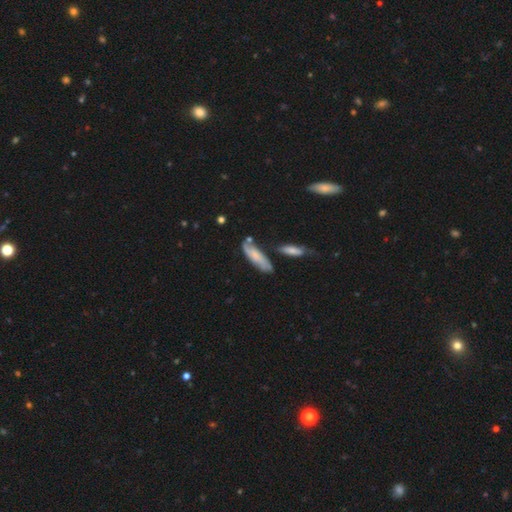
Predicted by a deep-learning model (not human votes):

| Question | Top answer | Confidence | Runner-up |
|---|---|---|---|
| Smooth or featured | smooth | 50% | featured or disk (42%) |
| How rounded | in between | 49% | cigar-shaped (48%) |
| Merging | none | 59% | minor disturbance (23%) |